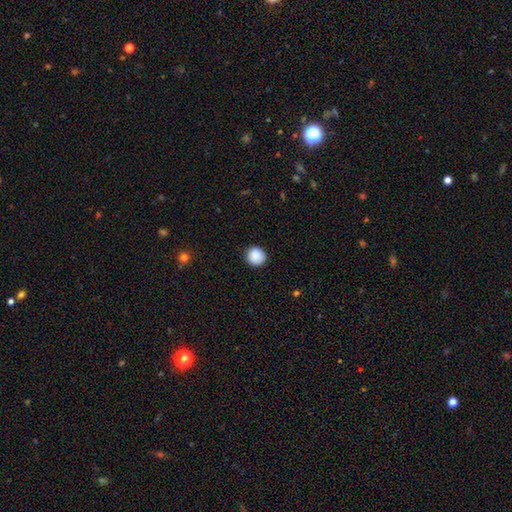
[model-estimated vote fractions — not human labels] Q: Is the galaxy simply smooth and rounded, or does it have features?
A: smooth — 89%.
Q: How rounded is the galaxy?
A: round — 92%.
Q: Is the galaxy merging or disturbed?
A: none — 90%.